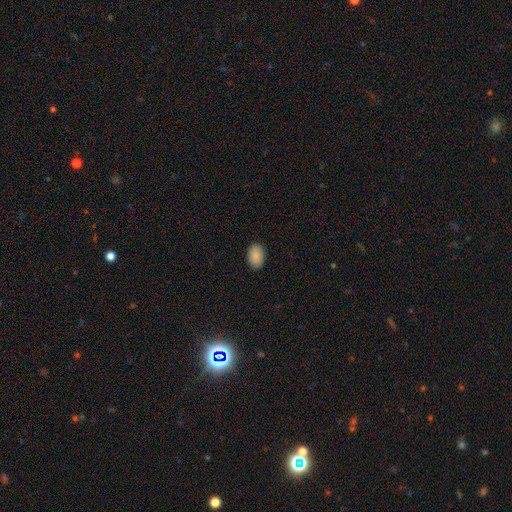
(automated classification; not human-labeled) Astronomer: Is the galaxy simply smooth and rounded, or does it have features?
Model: smooth — 89%.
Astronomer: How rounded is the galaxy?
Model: in between — 89%.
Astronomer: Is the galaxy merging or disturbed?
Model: none — 88%.